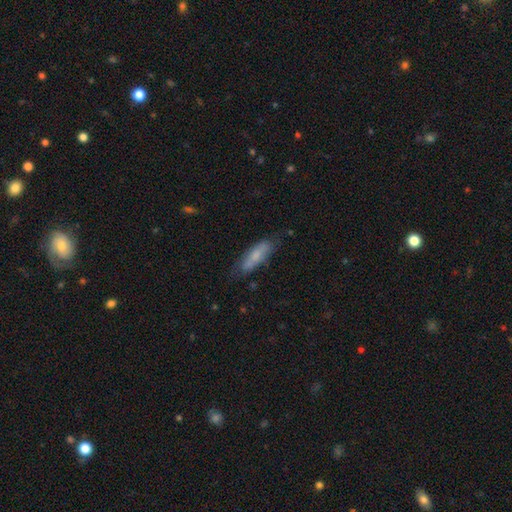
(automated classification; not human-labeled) Smooth or featured? Predicted: smooth (p=0.67). How rounded? Predicted: cigar-shaped (p=0.55). Merging? Predicted: none (p=0.71).